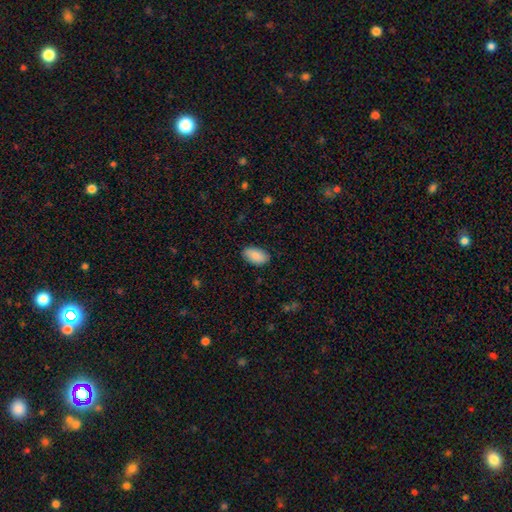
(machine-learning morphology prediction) A smooth galaxy with no disk features (86%) that is in between round and cigar-shaped (95%).

Vote fractions:
- Smooth or featured? smooth: 86% / featured or disk: 8% / star or artifact: 6%
- How rounded? in between: 95% / round: 4% / cigar-shaped: 2%
- Merging? none: 85% / minor disturbance: 12% / major disturbance: 2% / merger: 1%